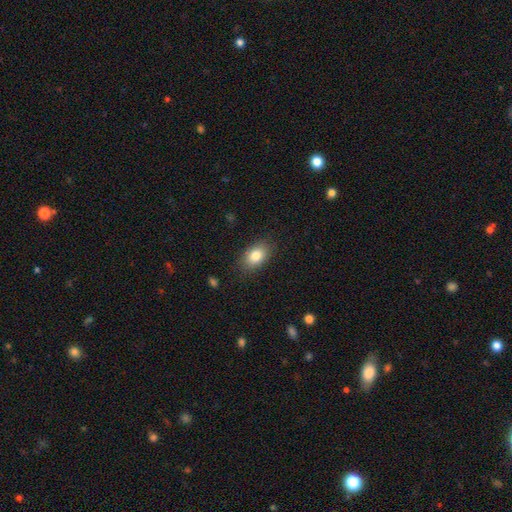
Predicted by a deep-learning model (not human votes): A smooth galaxy with no disk features (82%) that is in between round and cigar-shaped (84%). Merging: none (85%).